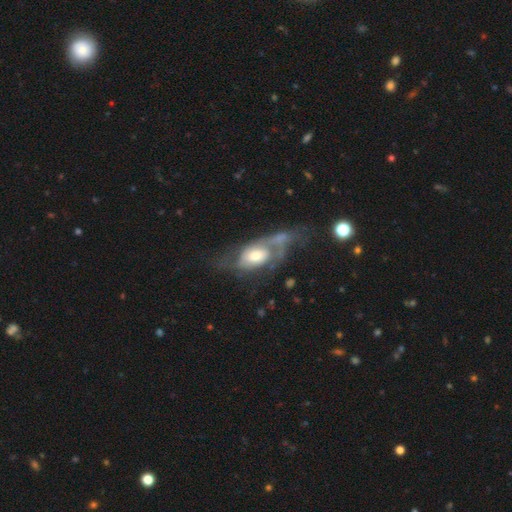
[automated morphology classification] This is possibly a featured or disk galaxy (58%). It is clearly not viewed edge-on (91%). Bar: likely no (73%). Spiral arm pattern: possibly yes (60%). Central bulge: possibly moderate (58%). Merging: possibly major disturbance (48%).